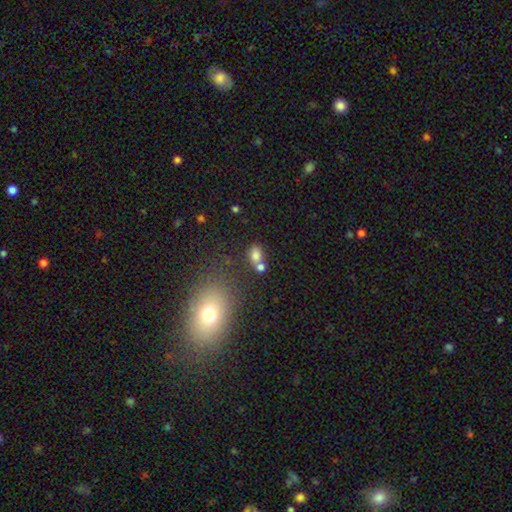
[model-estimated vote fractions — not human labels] This is likely a smooth galaxy (75%). How rounded: likely in between (66%). Merging: marginally merger (42%).